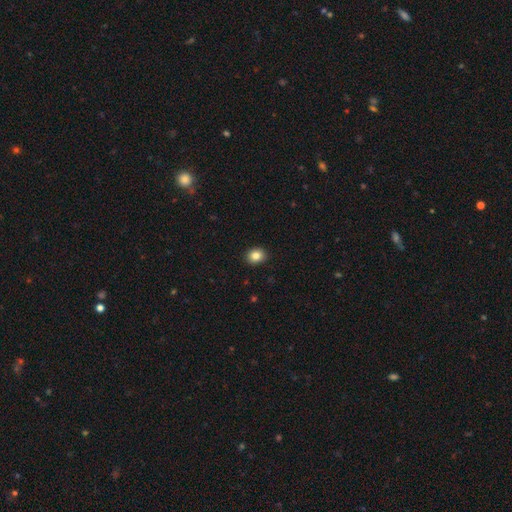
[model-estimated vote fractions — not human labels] smooth_or_featured: smooth (p=0.84) [alt: star or artifact p=0.10]
how_rounded: round (p=0.59) [alt: in between p=0.41]
merging: none (p=0.91) [alt: minor disturbance p=0.06]